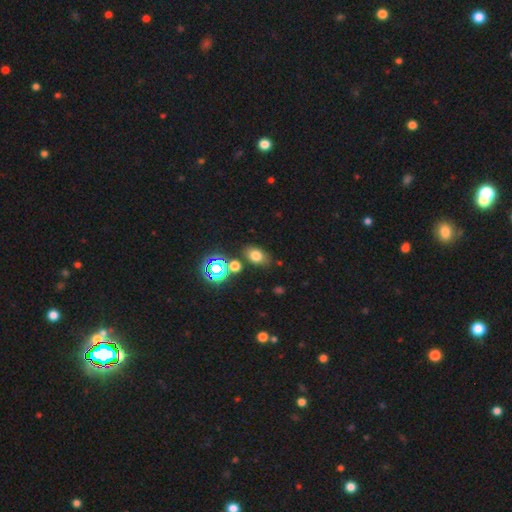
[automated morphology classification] Smooth or featured?
  - smooth: 70% *
  - star or artifact: 21%
  - featured or disk: 10%
How rounded?
  - in between: 72% *
  - round: 26%
  - cigar-shaped: 2%
Merging?
  - none: 75% *
  - minor disturbance: 13%
  - merger: 8%
  - major disturbance: 4%